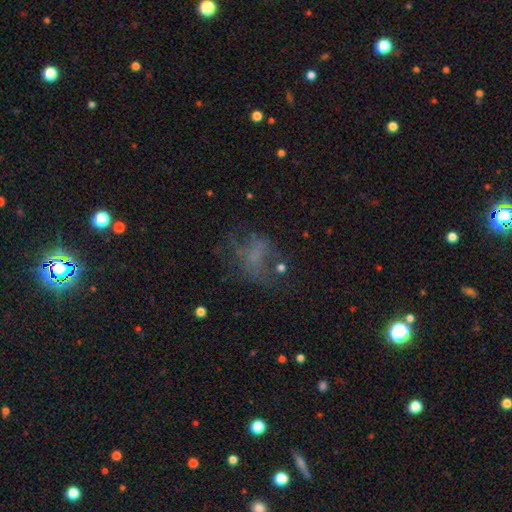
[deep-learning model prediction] Morphology: type=featured or disk (38%); merging=none (44%).